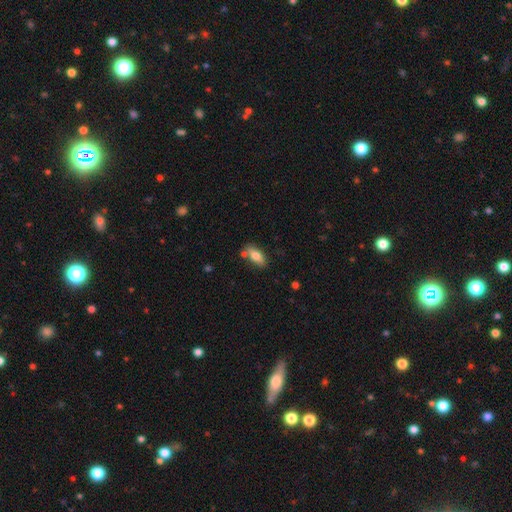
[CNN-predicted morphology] This is likely a smooth galaxy (73%). How rounded: clearly in between (82%). Merging: likely none (72%).